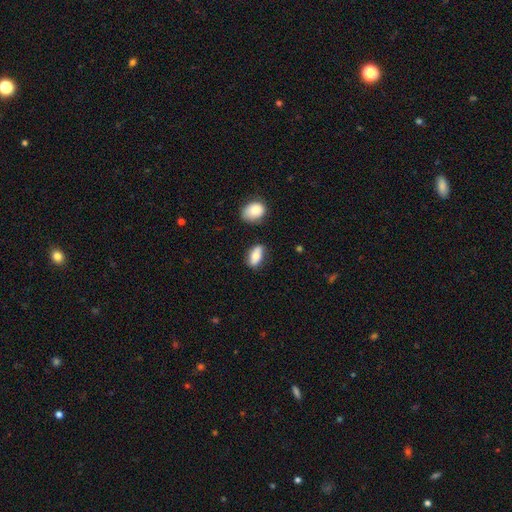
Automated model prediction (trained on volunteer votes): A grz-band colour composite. It shows a smooth galaxy with no disk features (76%) that is in between round and cigar-shaped (86%). Merging: none (71%).